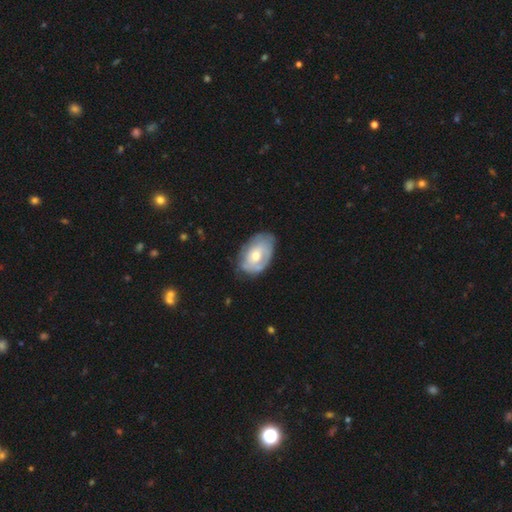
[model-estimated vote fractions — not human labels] Q: Smooth or featured?
A: featured or disk (58%); runner-up: smooth (36%)
Q: Edge-on disk?
A: no (94%); runner-up: yes (6%)
Q: Bar?
A: no (77%); runner-up: weak (19%)
Q: Spiral arms?
A: yes (62%); runner-up: no (38%)
Q: Bulge size?
A: moderate (60%); runner-up: small (32%)
Q: Merging?
A: none (66%); runner-up: minor disturbance (25%)